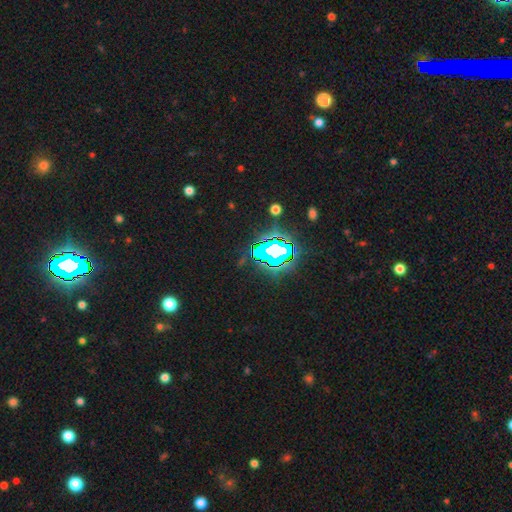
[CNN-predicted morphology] The model was most divided on "smooth or featured": star or artifact: 81%, smooth: 12%, featured or disk: 7%.